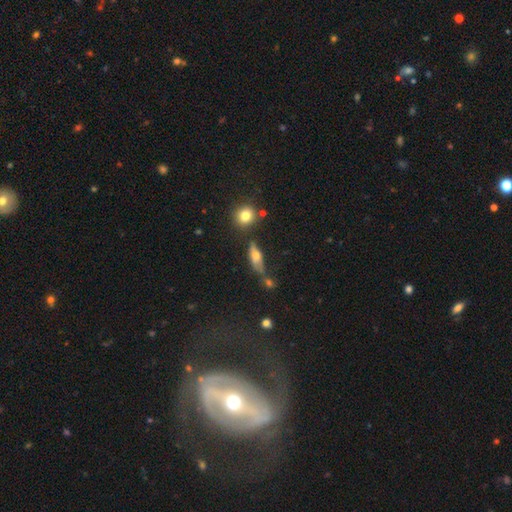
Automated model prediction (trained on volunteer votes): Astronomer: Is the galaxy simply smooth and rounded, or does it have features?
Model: smooth — 54% (runner-up: featured or disk, 35%).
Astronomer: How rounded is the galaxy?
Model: in between — 56% (runner-up: cigar-shaped, 38%).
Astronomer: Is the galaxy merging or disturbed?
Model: none — 53%.